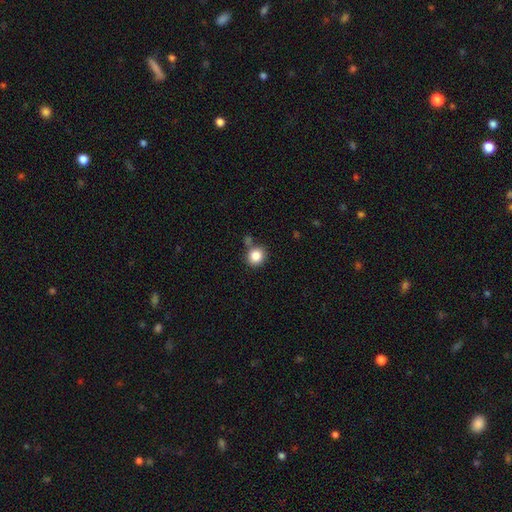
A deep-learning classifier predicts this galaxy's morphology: A smooth galaxy with no disk features (85%) that is round (86%). Merging: none (71%).